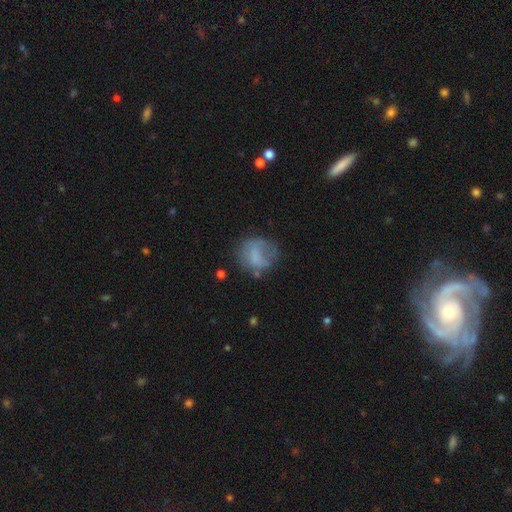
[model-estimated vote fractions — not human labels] Overall: smooth (66%). How rounded: round (73%). Merging: none (50%; minor disturbance 26%).